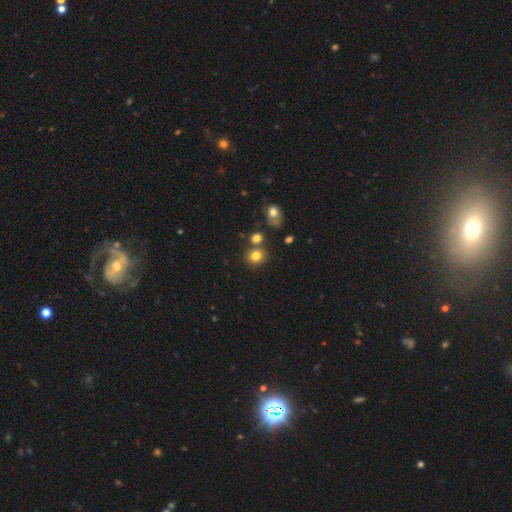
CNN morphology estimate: This appears to be a smooth galaxy with no disk features (79%) that is round (77%). Merging: none (70%).